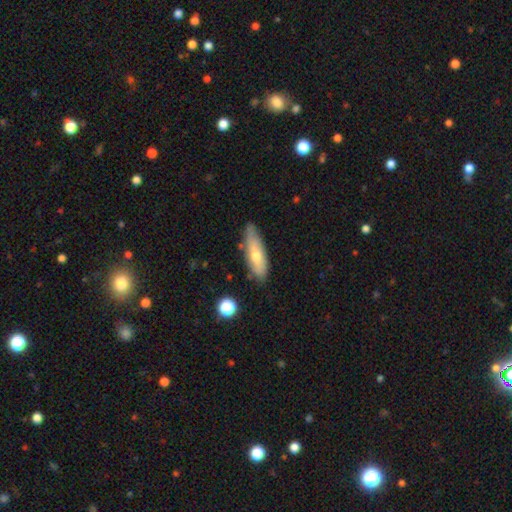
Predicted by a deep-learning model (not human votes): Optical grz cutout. It shows a smooth galaxy with no disk features (57%) that is cigar-shaped (50%). Merging: none (74%).